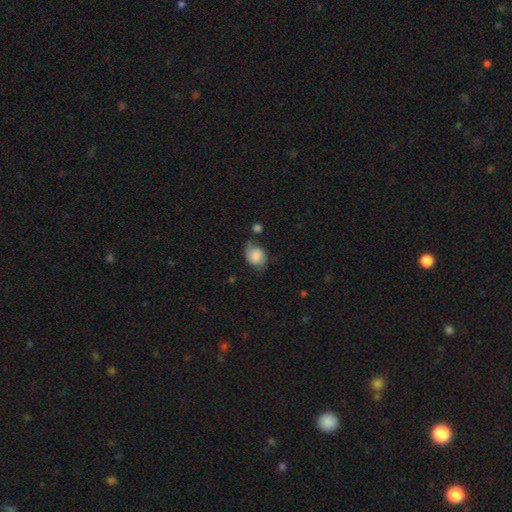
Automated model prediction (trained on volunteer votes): A smooth galaxy with no disk features (52%) that is in between round and cigar-shaped (57%).

Vote fractions:
- Smooth or featured? smooth: 52% / featured or disk: 40% / star or artifact: 9%
- How rounded? in between: 57% / round: 42% / cigar-shaped: 1%
- Merging? none: 53% / minor disturbance: 29% / major disturbance: 11% / merger: 7%